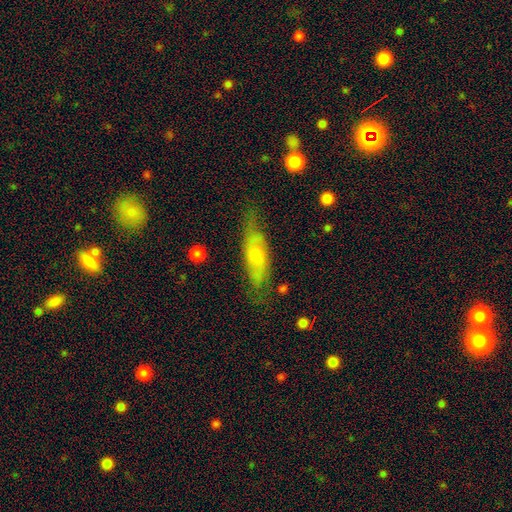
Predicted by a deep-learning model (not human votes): This appears to be a smooth galaxy with no disk features (52%) that is cigar-shaped (51%). Merging: none (64%).